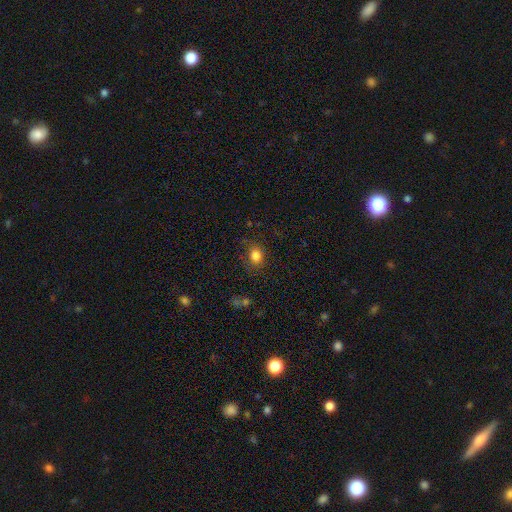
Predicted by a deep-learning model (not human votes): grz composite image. It shows a smooth galaxy with no disk features (82%) that is round (64%). Merging: none (77%).